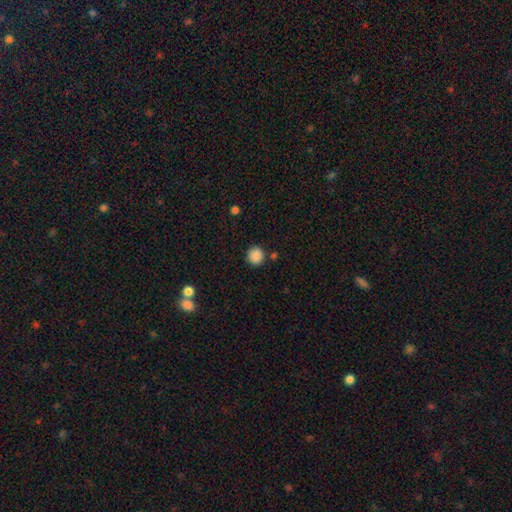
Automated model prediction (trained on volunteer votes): Smooth or featured?
  - smooth: 88% *
  - star or artifact: 9%
  - featured or disk: 3%
How rounded?
  - round: 93% *
  - in between: 6%
  - cigar-shaped: 1%
Merging?
  - none: 85% *
  - minor disturbance: 8%
  - merger: 4%
  - major disturbance: 3%